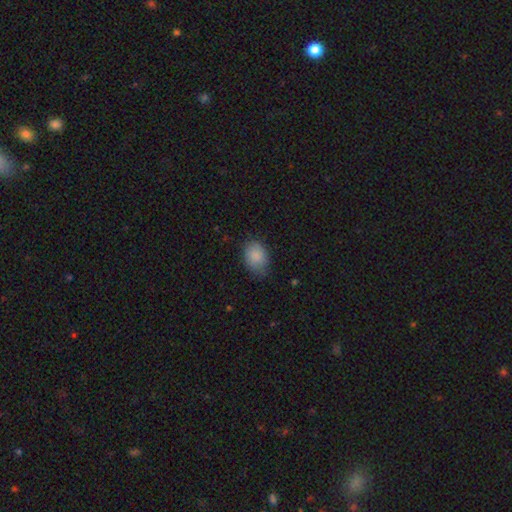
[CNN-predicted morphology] This appears to be a smooth galaxy with no disk features (85%) that is in between round and cigar-shaped (73%). Merging: none (69%).